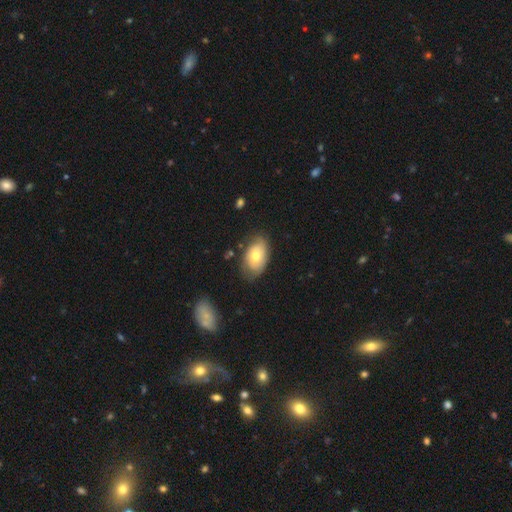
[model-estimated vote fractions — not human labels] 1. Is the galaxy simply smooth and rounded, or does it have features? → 55% smooth, 39% featured or disk, 7% star or artifact.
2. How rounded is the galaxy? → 87% in between, 12% round, 1% cigar-shaped.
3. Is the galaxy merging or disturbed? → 64% none, 27% minor disturbance, 7% major disturbance, 2% merger.